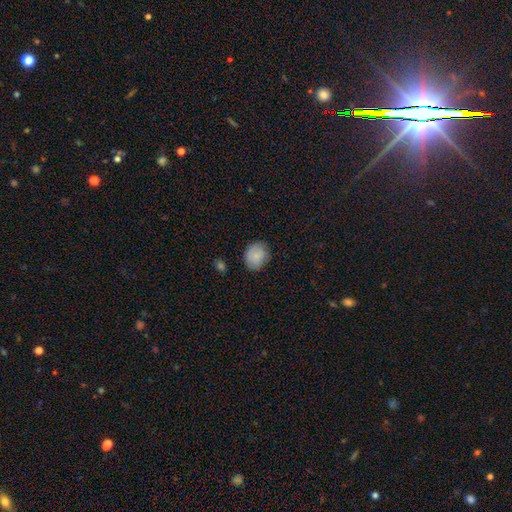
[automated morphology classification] type=smooth (83%); roundness=round (56%); merging=none (79%).